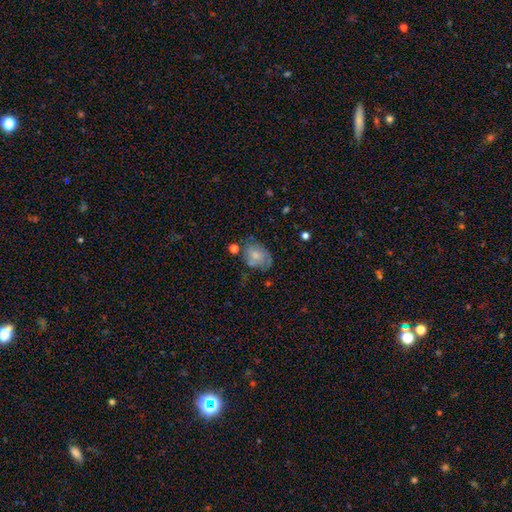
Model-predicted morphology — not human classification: smooth_or_featured: smooth (p=0.62) [alt: featured or disk p=0.30]
how_rounded: in between (p=0.71) [alt: round p=0.28]
merging: none (p=0.51) [alt: minor disturbance p=0.29]